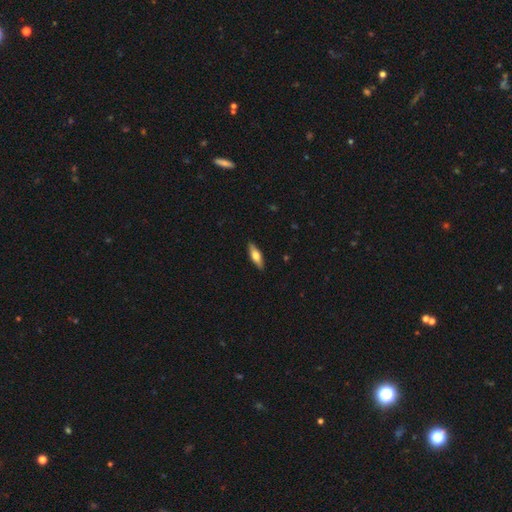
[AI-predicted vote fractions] Smooth or featured? smooth (57%)
How rounded? cigar-shaped (51%)
Merging? none (90%)